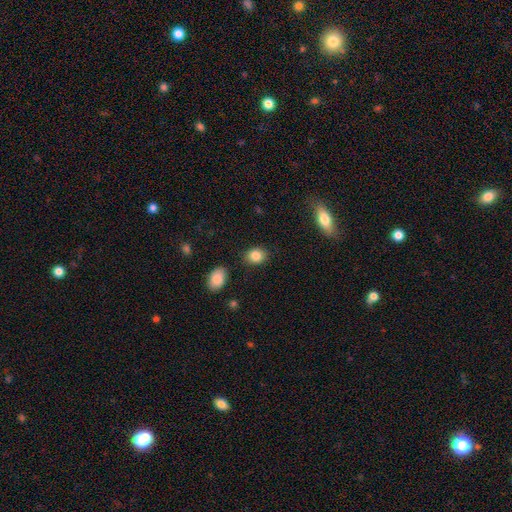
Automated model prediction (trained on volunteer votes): Smooth or featured? Predicted: smooth (p=0.85). How rounded? Predicted: in between (p=0.54). Merging? Predicted: none (p=0.84).